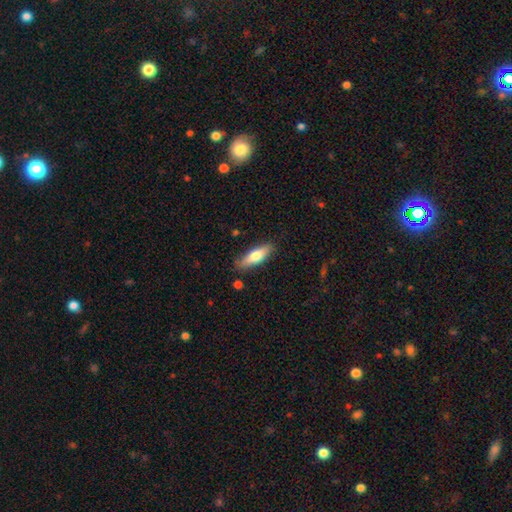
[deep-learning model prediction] smooth 66%, featured or disk 28%, star or artifact 6%. Down the decision tree: how rounded — cigar-shaped (51%); merging — none (84%).